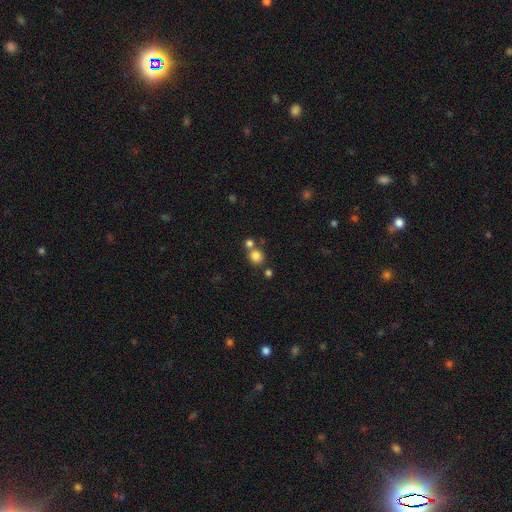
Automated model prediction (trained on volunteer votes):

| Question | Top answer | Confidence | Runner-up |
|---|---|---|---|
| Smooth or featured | smooth | 81% | star or artifact (12%) |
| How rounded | round | 87% | in between (12%) |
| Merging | none | 64% | merger (25%) |